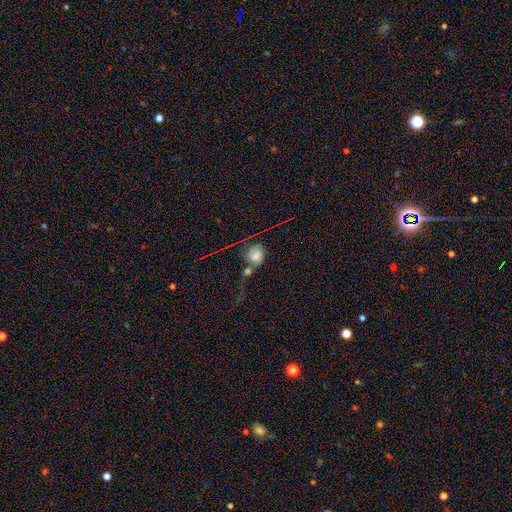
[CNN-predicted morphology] type=smooth (53%); roundness=round (74%); merging=none (37%).